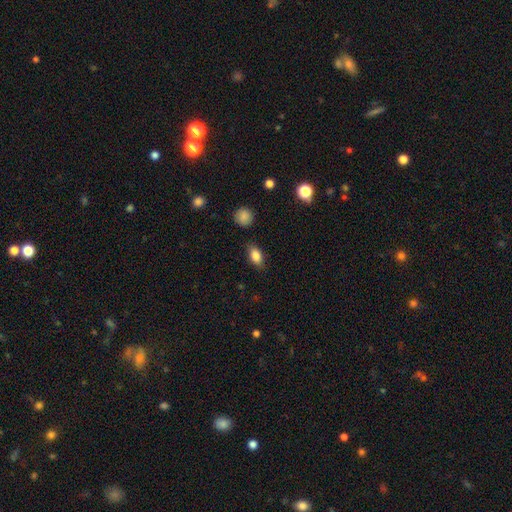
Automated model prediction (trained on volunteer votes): Smooth or featured? Predicted: smooth (p=0.84). How rounded? Predicted: in between (p=0.85). Merging? Predicted: none (p=0.81).